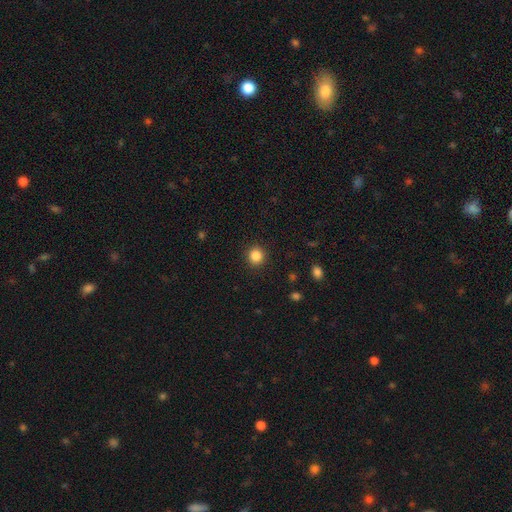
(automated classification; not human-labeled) Smooth or featured?
  - smooth: 85% *
  - star or artifact: 11%
  - featured or disk: 4%
How rounded?
  - round: 91% *
  - in between: 8%
  - cigar-shaped: 1%
Merging?
  - none: 92% *
  - minor disturbance: 5%
  - major disturbance: 2%
  - merger: 1%